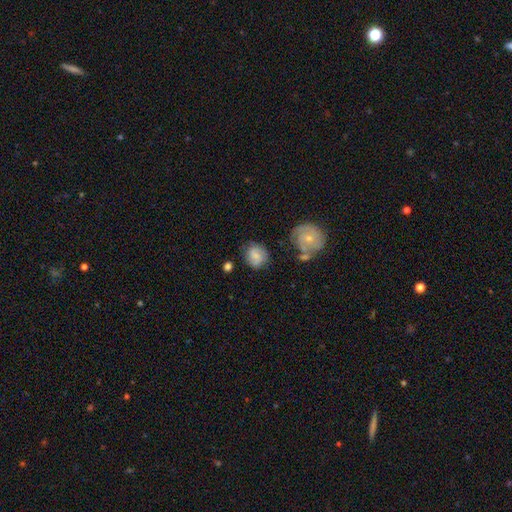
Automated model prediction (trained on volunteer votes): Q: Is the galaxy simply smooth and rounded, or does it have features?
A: smooth — 65%.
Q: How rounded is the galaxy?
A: round — 73%.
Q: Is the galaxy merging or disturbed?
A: none — 67%.